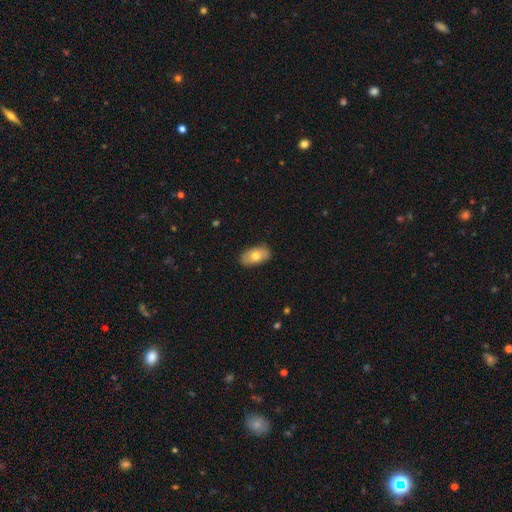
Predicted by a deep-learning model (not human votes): A smooth galaxy with no disk features (71%) that is in between round and cigar-shaped (92%). Merging: none (85%).